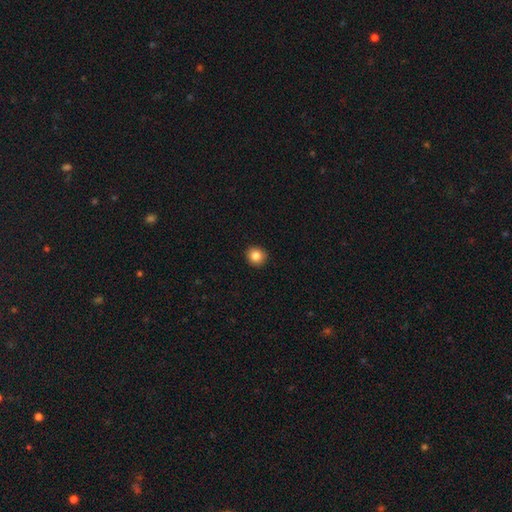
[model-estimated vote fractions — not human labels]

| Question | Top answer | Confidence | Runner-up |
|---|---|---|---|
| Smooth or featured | smooth | 84% | star or artifact (10%) |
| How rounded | round | 93% | in between (6%) |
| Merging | none | 93% | minor disturbance (5%) |